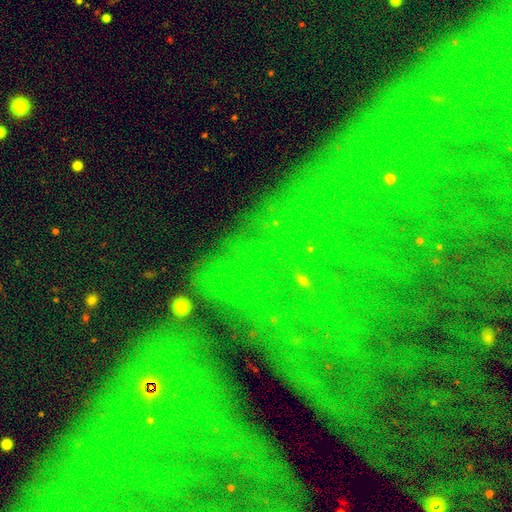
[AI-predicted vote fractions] Smooth or featured?
  - star or artifact: 80% *
  - featured or disk: 10%
  - smooth: 10%